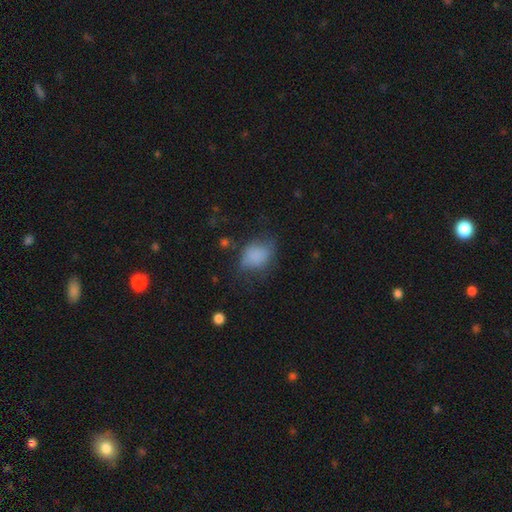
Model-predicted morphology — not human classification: A smooth galaxy with no disk features (79%) that is in between round and cigar-shaped (63%). Merging: none (50%).